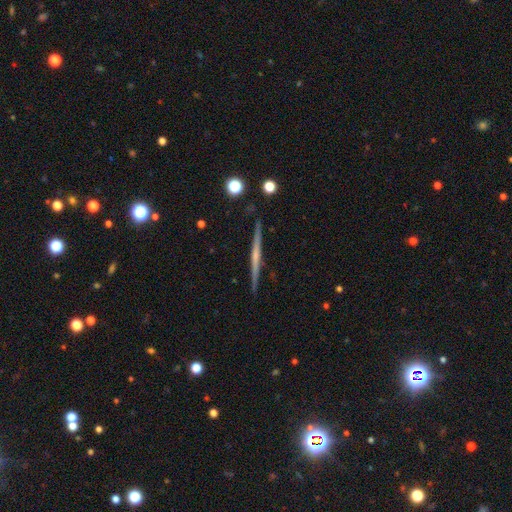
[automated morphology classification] Smooth or featured: featured or disk — 71% (smooth — 23%)
Edge-on disk: yes — 98% (no — 2%)
Edge-on bulge: none — 54% (rounded — 37%)
Merging: none — 91% (minor disturbance — 6%)